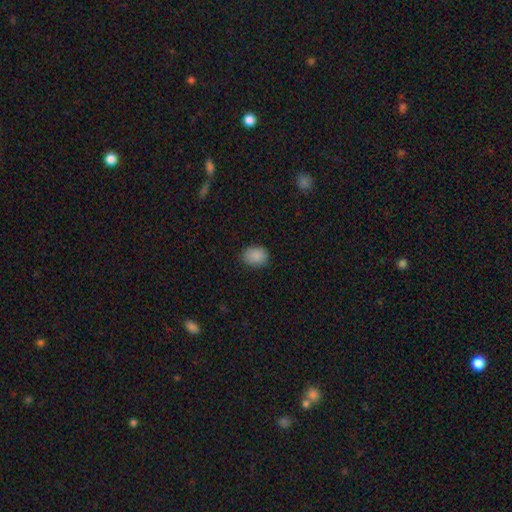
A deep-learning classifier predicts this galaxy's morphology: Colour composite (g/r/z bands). It shows a smooth galaxy with no disk features (88%) that is in between round and cigar-shaped (57%). Merging: none (84%).